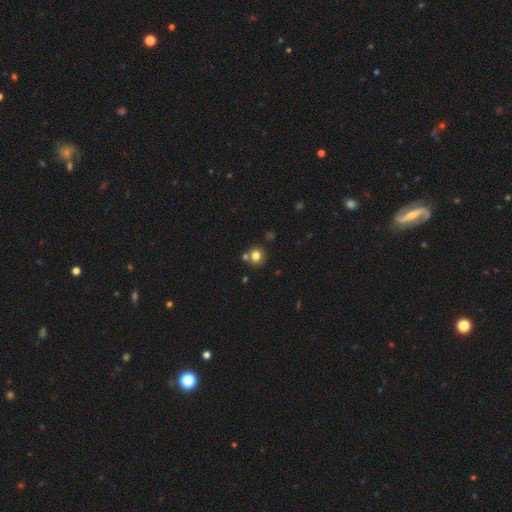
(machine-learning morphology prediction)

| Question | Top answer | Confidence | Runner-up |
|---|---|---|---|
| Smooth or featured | smooth | 79% | star or artifact (13%) |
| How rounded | round | 85% | in between (14%) |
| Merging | none | 69% | merger (19%) |